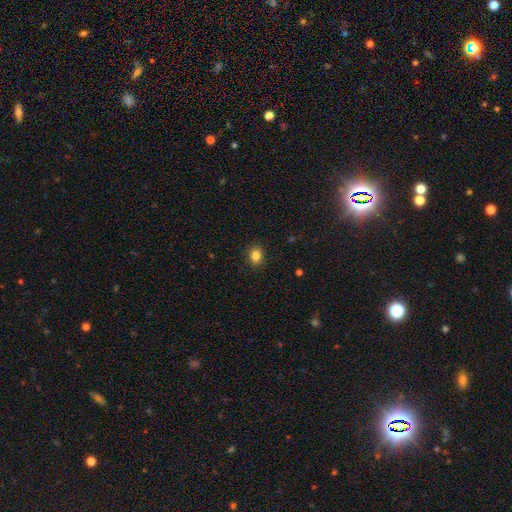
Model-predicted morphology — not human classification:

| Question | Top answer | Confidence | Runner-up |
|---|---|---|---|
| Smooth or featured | smooth | 85% | star or artifact (10%) |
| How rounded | in between | 52% | round (47%) |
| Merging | none | 89% | minor disturbance (8%) |